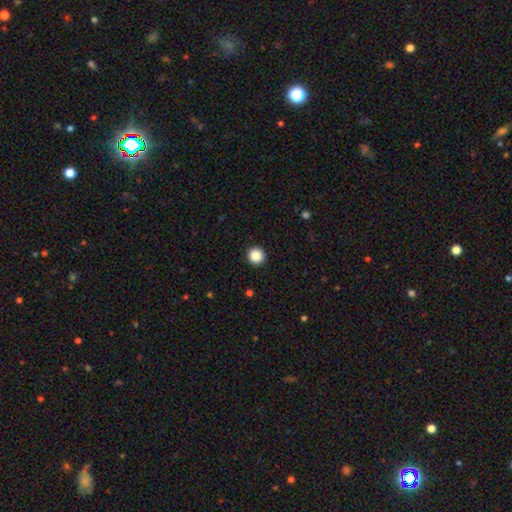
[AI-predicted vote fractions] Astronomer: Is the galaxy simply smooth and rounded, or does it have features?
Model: smooth — 86%.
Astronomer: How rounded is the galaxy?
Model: round — 96%.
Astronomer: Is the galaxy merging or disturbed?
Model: none — 94%.